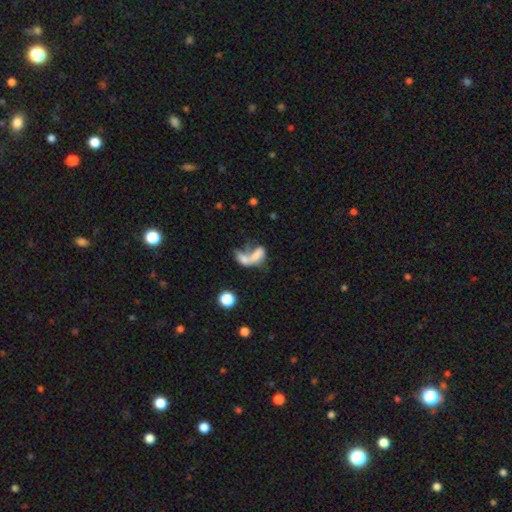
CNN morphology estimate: A smooth galaxy with no disk features (55%) that is in between round and cigar-shaped (76%).

Vote fractions:
- Smooth or featured? smooth: 55% / featured or disk: 33% / star or artifact: 12%
- How rounded? in between: 76% / cigar-shaped: 14% / round: 11%
- Merging? merger: 64% / major disturbance: 16% / none: 14% / minor disturbance: 6%